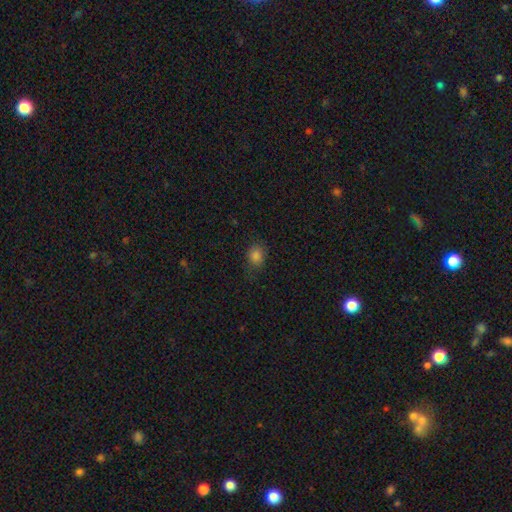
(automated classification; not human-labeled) Overall: smooth (81%). How rounded: round (56%; in between 43%). Merging: none (73%).